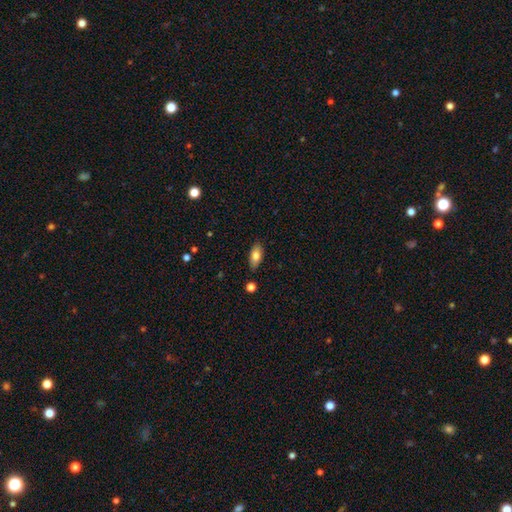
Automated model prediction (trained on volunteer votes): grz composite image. It shows a smooth galaxy with no disk features (78%) that is in between round and cigar-shaped (85%). Merging: none (84%).